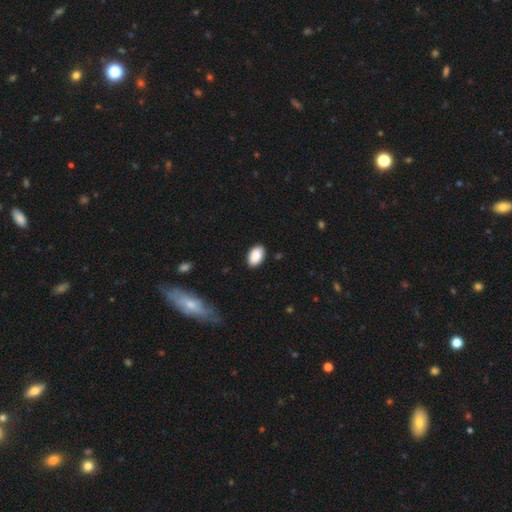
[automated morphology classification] Smooth or featured? Predicted: smooth (p=0.89). How rounded? Predicted: in between (p=0.93). Merging? Predicted: none (p=0.87).